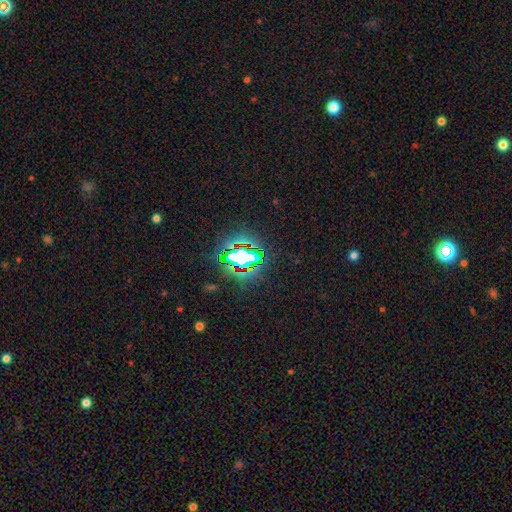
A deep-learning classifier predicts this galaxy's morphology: This is likely a star or artifact rather than a galaxy (79%).